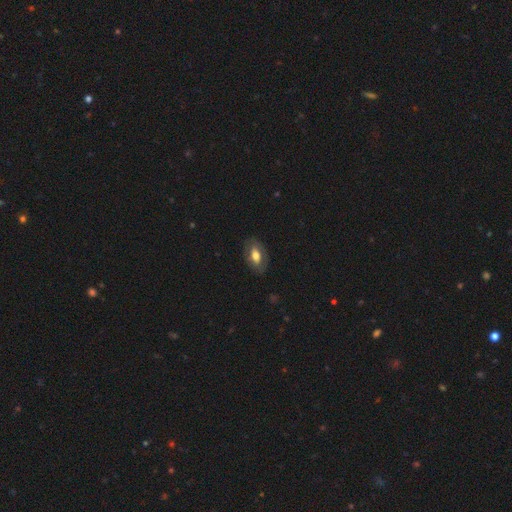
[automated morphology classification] Smooth or featured?
  - smooth: 61% *
  - featured or disk: 32%
  - star or artifact: 7%
How rounded?
  - in between: 90% *
  - round: 7%
  - cigar-shaped: 2%
Merging?
  - none: 80% *
  - minor disturbance: 14%
  - major disturbance: 5%
  - merger: 1%